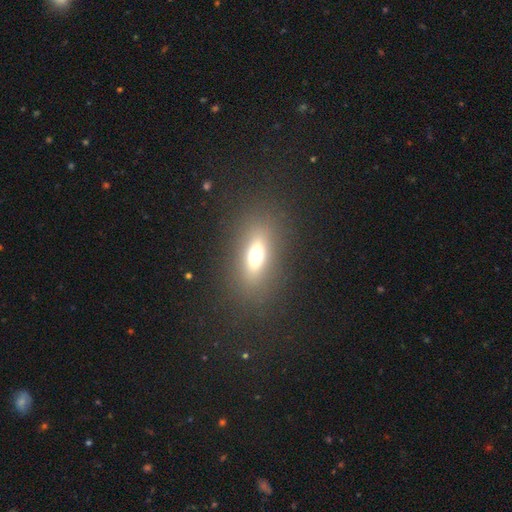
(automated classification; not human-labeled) smooth 60%, featured or disk 25%, star or artifact 14%. Down the decision tree: how rounded — in between (67%); merging — none (85%).